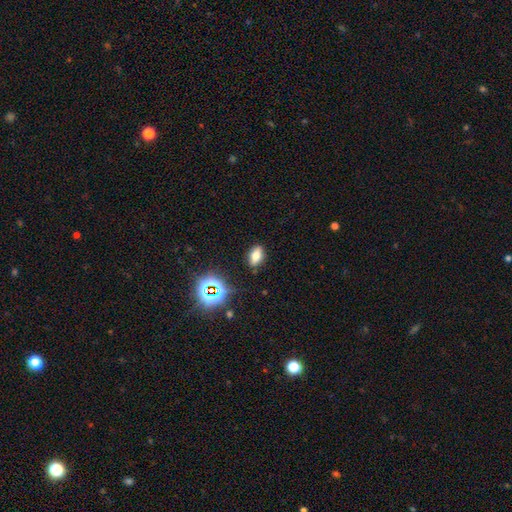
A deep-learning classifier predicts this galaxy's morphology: Smooth or featured? Predicted: smooth (p=0.65). How rounded? Predicted: in between (p=0.82). Merging? Predicted: none (p=0.85).